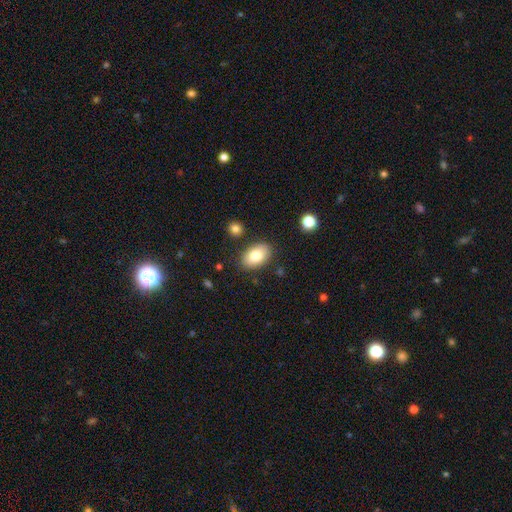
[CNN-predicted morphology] type=smooth (81%); roundness=in between (90%); merging=none (83%).